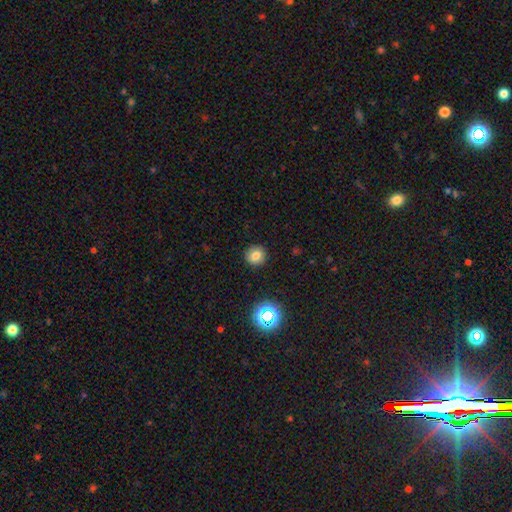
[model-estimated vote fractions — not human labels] This appears to be a smooth galaxy with no disk features (75%) that is round (91%). Merging: none (90%).